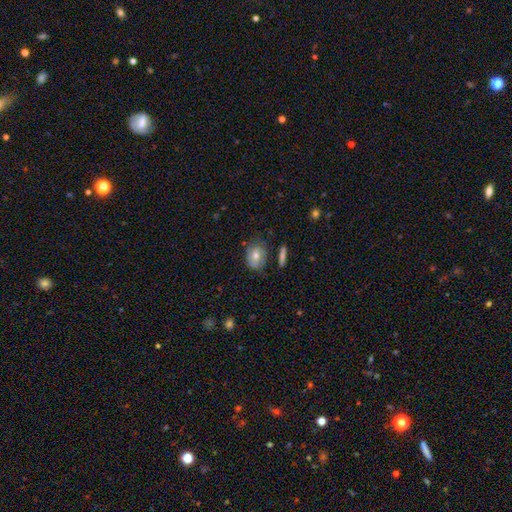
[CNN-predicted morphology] A smooth galaxy with no disk features (62%) that is in between round and cigar-shaped (55%). Merging: none (67%).